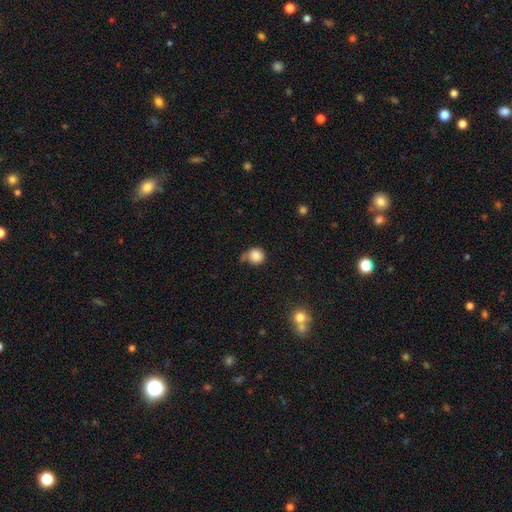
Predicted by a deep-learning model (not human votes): Smooth or featured? smooth (85%)
How rounded? round (89%)
Merging? none (50%)